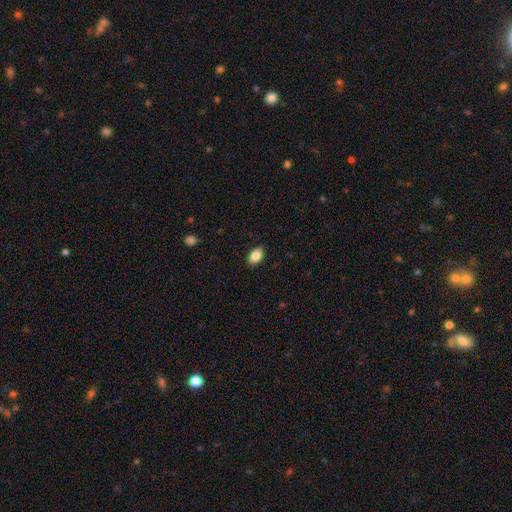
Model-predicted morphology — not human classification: Overall: smooth (86%). How rounded: in between (90%). Merging: none (89%).